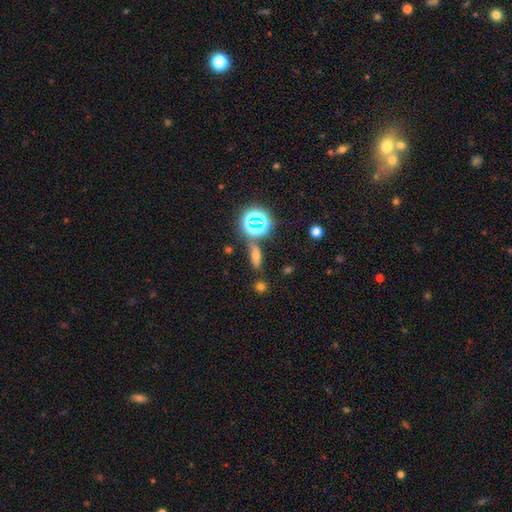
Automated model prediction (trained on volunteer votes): This is possibly a smooth galaxy (56%). How rounded: possibly in between (54%). Merging: likely none (75%).